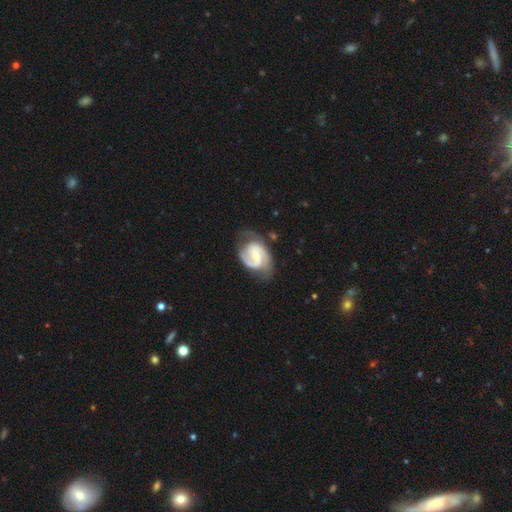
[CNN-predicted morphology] Smooth or featured?
  - featured or disk: 82% *
  - smooth: 13%
  - star or artifact: 5%
Edge-on disk?
  - no: 98% *
  - yes: 2%
Bar?
  - weak: 50% *
  - no: 36%
  - strong: 15%
Spiral arms?
  - yes: 95% *
  - no: 5%
Spiral winding?
  - medium: 49% *
  - tight: 32%
  - loose: 19%
Spiral arm count?
  - 2: 77% *
  - 1: 11%
  - can't tell: 7%
  - 3: 3%
  - 4: 1%
  - more than 4: 1%
Bulge size?
  - small: 52% *
  - moderate: 29%
  - none: 14%
  - large: 3%
  - dominant: 1%
Merging?
  - none: 57% *
  - minor disturbance: 26%
  - major disturbance: 15%
  - merger: 2%